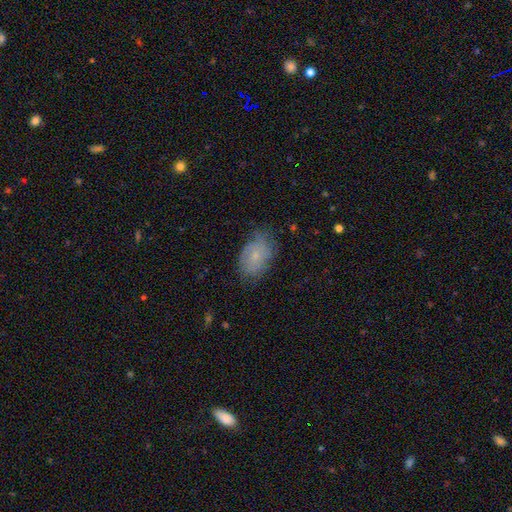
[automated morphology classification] smooth 62%, featured or disk 30%, star or artifact 9%. Down the decision tree: how rounded — in between (87%); merging — none (64%).